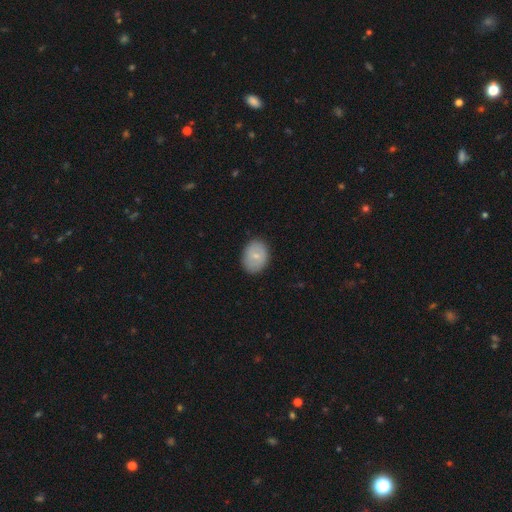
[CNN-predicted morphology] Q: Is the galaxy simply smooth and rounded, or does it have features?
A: smooth — 67%.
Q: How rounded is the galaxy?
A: in between — 62%.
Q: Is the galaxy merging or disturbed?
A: none — 85%.